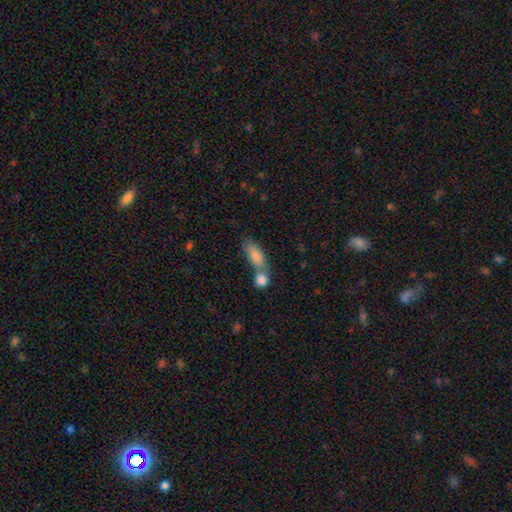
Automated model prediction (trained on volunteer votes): A smooth galaxy with no disk features (82%) that is in between round and cigar-shaped (76%).

Vote fractions:
- Smooth or featured? smooth: 82% / featured or disk: 11% / star or artifact: 7%
- How rounded? in between: 76% / cigar-shaped: 19% / round: 5%
- Merging? merger: 51% / none: 34% / minor disturbance: 10% / major disturbance: 5%